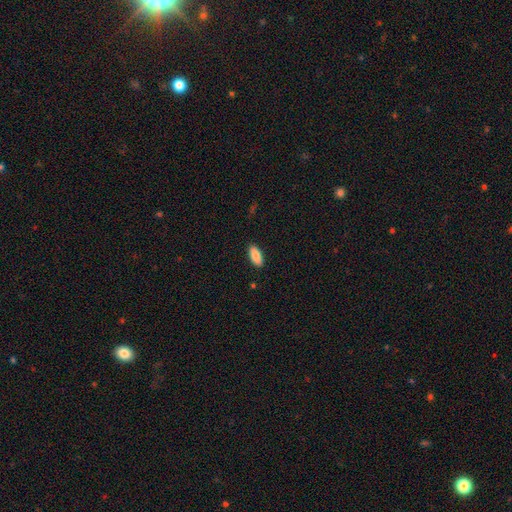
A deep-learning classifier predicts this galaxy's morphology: smooth-or-featured: smooth: 87% | featured or disk: 7% | star or artifact: 6%
  how-rounded: in between: 83% | cigar-shaped: 15% | round: 2%
  merging: none: 90% | minor disturbance: 8% | major disturbance: 2% | merger: 1%